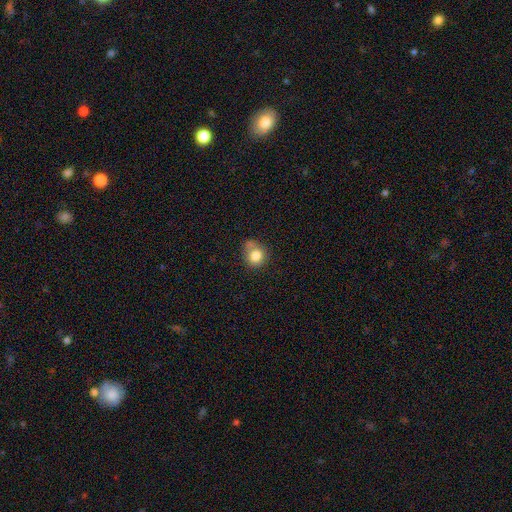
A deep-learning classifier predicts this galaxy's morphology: Overall: smooth (81%). How rounded: round (79%). Merging: none (48%; minor disturbance 23%).